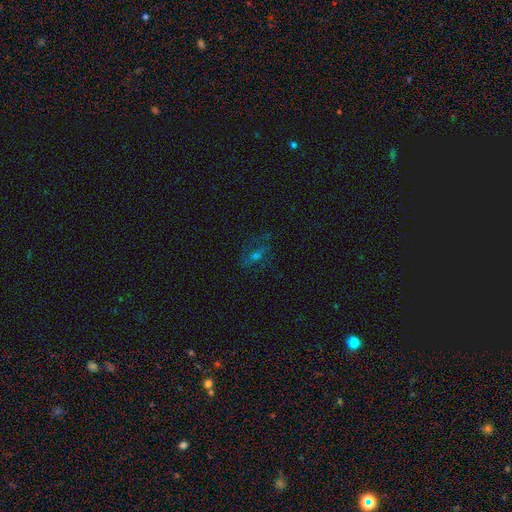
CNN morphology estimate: The model was most divided on "smooth or featured": star or artifact: 38%, featured or disk: 36%, smooth: 27%.